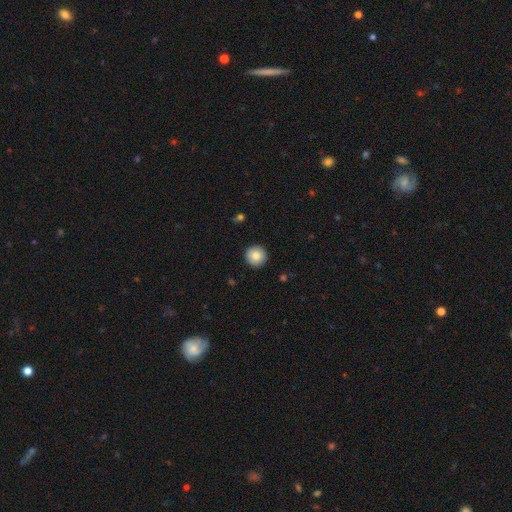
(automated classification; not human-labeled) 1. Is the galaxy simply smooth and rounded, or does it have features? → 85% smooth, 8% star or artifact, 7% featured or disk.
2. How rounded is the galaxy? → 96% round, 3% in between, 1% cigar-shaped.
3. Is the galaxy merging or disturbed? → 92% none, 5% minor disturbance, 1% major disturbance, 1% merger.